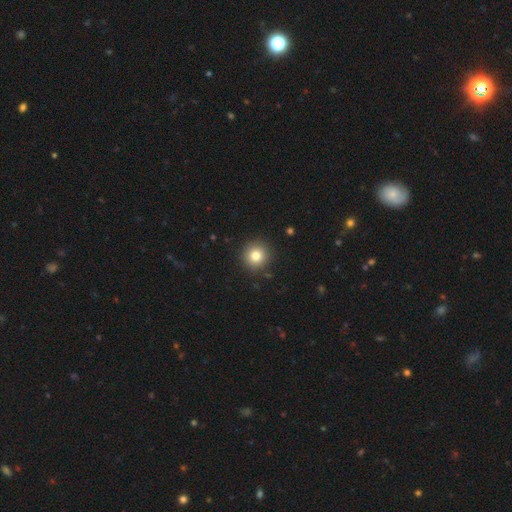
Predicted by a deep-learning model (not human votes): Smooth or featured? smooth (81%)
How rounded? round (94%)
Merging? none (90%)